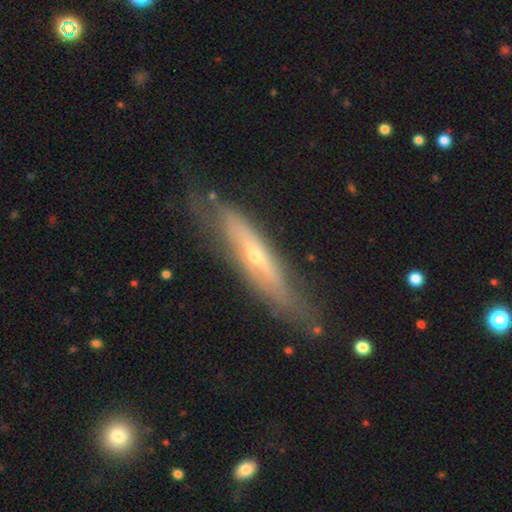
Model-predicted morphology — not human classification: Overall: featured or disk (70%). Edge-on disk: yes (71%). Merging: none (72%).